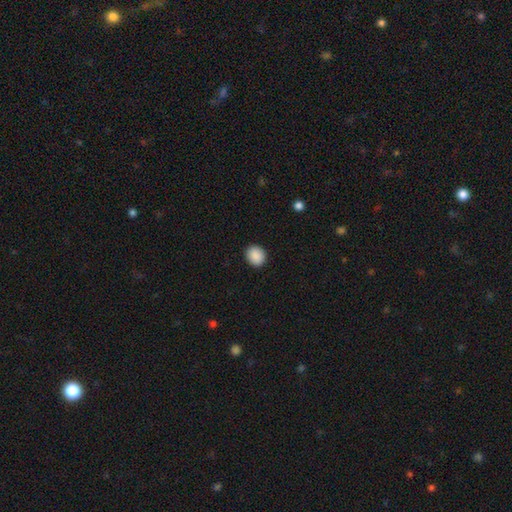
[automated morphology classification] smooth 89%, star or artifact 8%, featured or disk 3%. Down the decision tree: how rounded — round (74%); merging — none (91%).